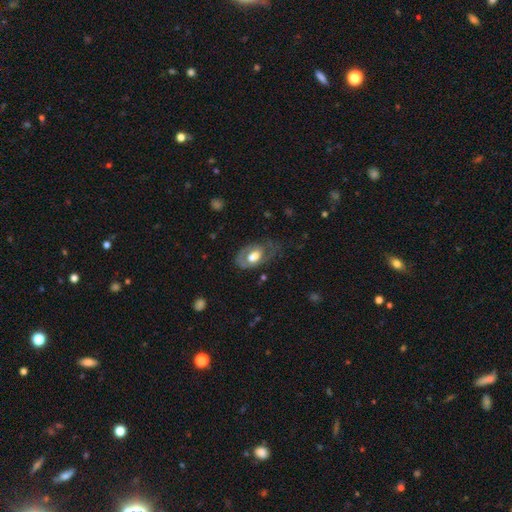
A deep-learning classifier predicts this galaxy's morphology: A featured or disk galaxy (60%) with no bar (66%), spiral arms (61%) and a large central bulge (51%).

Vote fractions:
- Smooth or featured? featured or disk: 60% / smooth: 34% / star or artifact: 7%
- Edge-on disk? no: 93% / yes: 7%
- Bar? no: 66% / weak: 27% / strong: 7%
- Spiral arms? yes: 61% / no: 39%
- Bulge size? large: 51% / moderate: 36% / dominant: 6% / small: 5% / none: 3%
- Merging? none: 48% / minor disturbance: 27% / major disturbance: 23% / merger: 2%